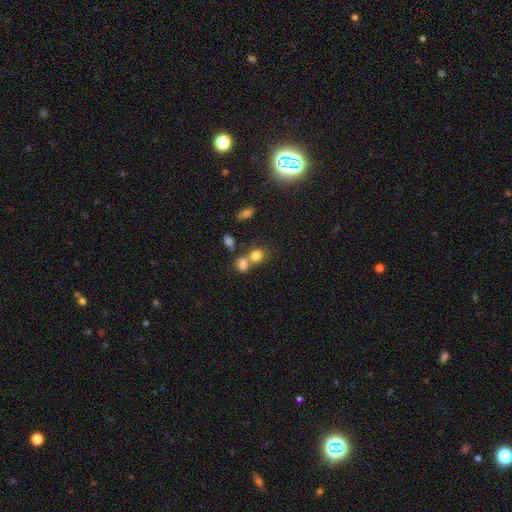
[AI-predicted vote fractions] smooth 78%, star or artifact 13%, featured or disk 10%. Down the decision tree: how rounded — round (70%); merging — merger (47%).